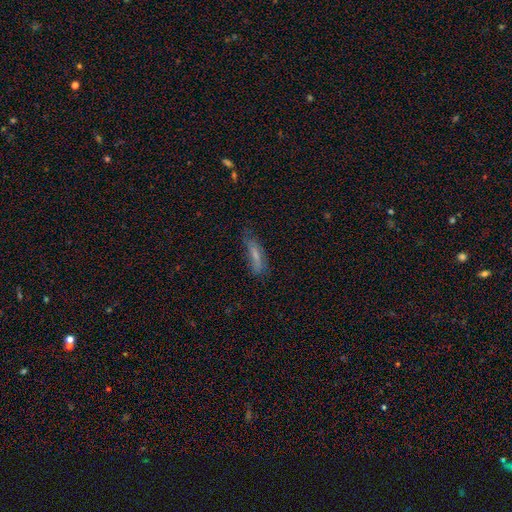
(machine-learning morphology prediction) A smooth galaxy with no disk features (65%) that is cigar-shaped (65%). Merging: none (56%).